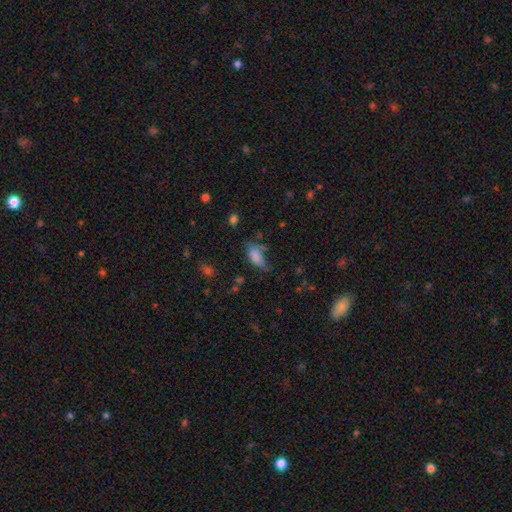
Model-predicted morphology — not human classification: Smooth or featured?
  - smooth: 78% *
  - featured or disk: 11%
  - star or artifact: 11%
How rounded?
  - in between: 89% *
  - cigar-shaped: 6%
  - round: 5%
Merging?
  - none: 40% *
  - minor disturbance: 32%
  - major disturbance: 21%
  - merger: 6%